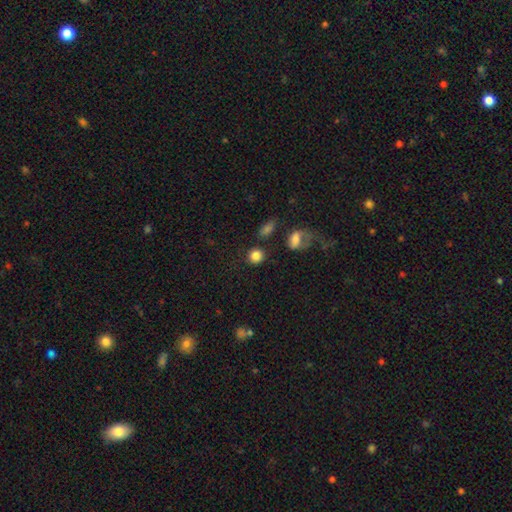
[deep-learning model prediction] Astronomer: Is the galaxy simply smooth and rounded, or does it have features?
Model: smooth — 85%.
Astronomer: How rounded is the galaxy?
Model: round — 86%.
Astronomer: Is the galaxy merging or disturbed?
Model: none — 79%.